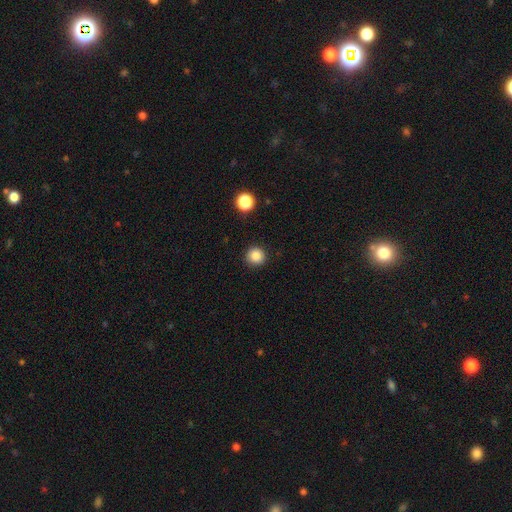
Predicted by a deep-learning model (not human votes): This appears to be a smooth galaxy with no disk features (86%) that is round (94%). Merging: none (91%).